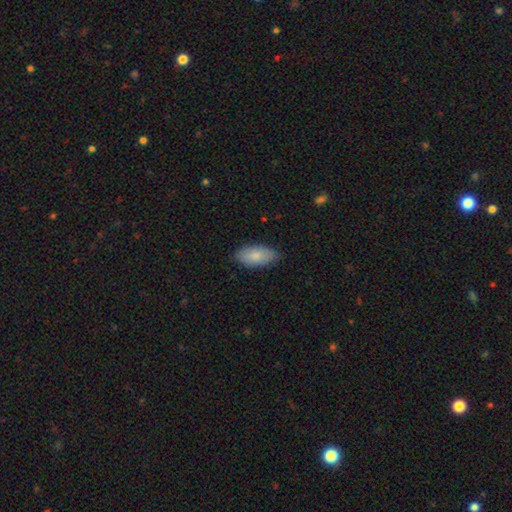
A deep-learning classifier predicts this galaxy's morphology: Smooth or featured? Predicted: smooth (p=0.84). How rounded? Predicted: in between (p=0.92). Merging? Predicted: none (p=0.85).